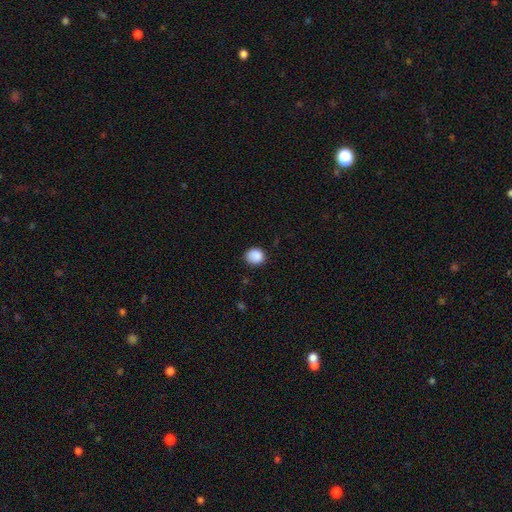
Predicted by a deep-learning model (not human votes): Smooth or featured: smooth — 88% (star or artifact — 9%)
How rounded: round — 74% (in between — 25%)
Merging: none — 82% (minor disturbance — 14%)